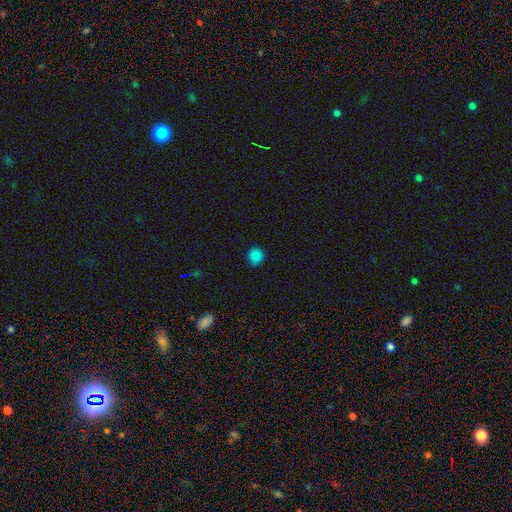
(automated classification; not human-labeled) A smooth galaxy with no disk features (84%) that is round (86%).

Vote fractions:
- Smooth or featured? smooth: 84% / star or artifact: 13% / featured or disk: 3%
- How rounded? round: 86% / in between: 13% / cigar-shaped: 1%
- Merging? none: 86% / minor disturbance: 10% / major disturbance: 2% / merger: 1%